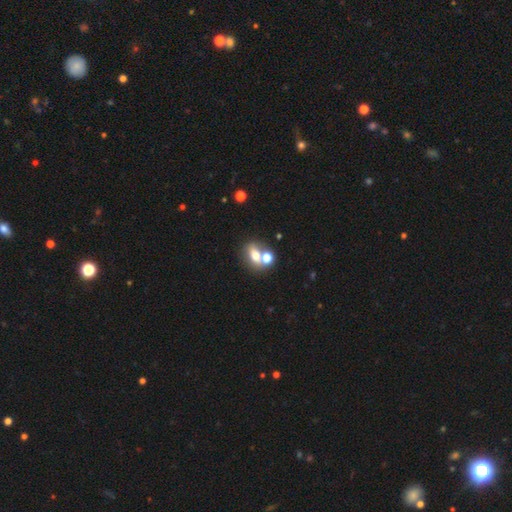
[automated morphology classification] Q: Smooth or featured?
A: smooth (64%); runner-up: featured or disk (22%)
Q: How rounded?
A: in between (58%); runner-up: round (39%)
Q: Merging?
A: merger (44%); runner-up: none (42%)